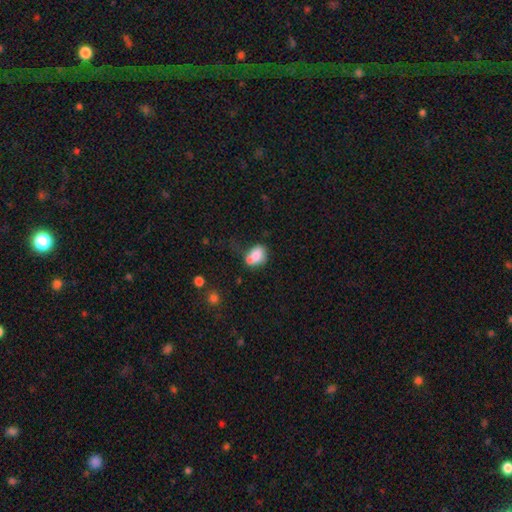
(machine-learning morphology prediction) smooth-or-featured: smooth: 75% | featured or disk: 15% | star or artifact: 9%
  how-rounded: in between: 63% | round: 35% | cigar-shaped: 1%
  merging: none: 37% | merger: 32% | minor disturbance: 22% | major disturbance: 10%